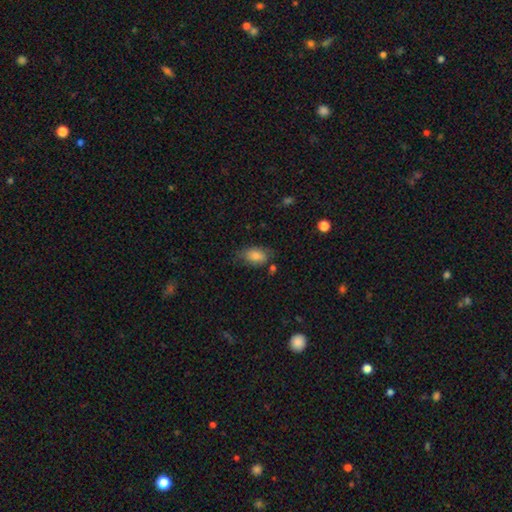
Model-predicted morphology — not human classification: Smooth or featured: smooth — 77% (featured or disk — 12%)
How rounded: in between — 89% (round — 8%)
Merging: none — 69% (minor disturbance — 22%)